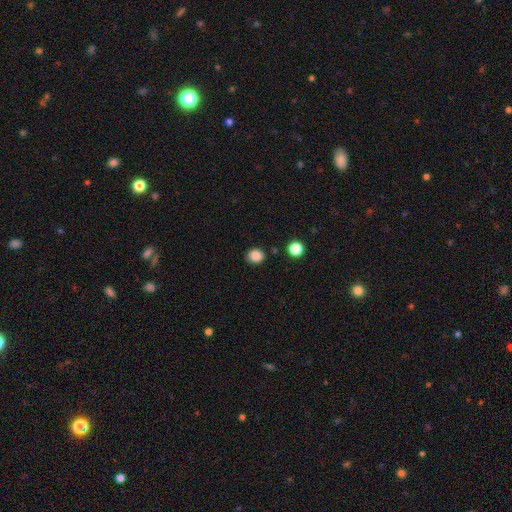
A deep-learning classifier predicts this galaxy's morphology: smooth-or-featured: smooth: 86% | star or artifact: 11% | featured or disk: 3%
  how-rounded: round: 76% | in between: 23% | cigar-shaped: 1%
  merging: none: 84% | minor disturbance: 10% | merger: 3% | major disturbance: 3%